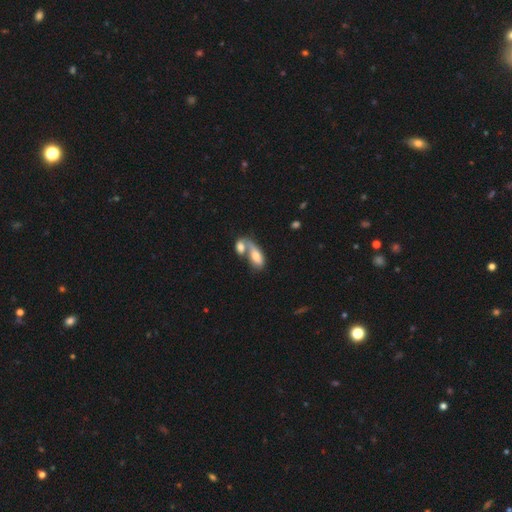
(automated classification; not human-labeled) Morphology: type=smooth (68%); roundness=in between (83%); merging=merger (69%).